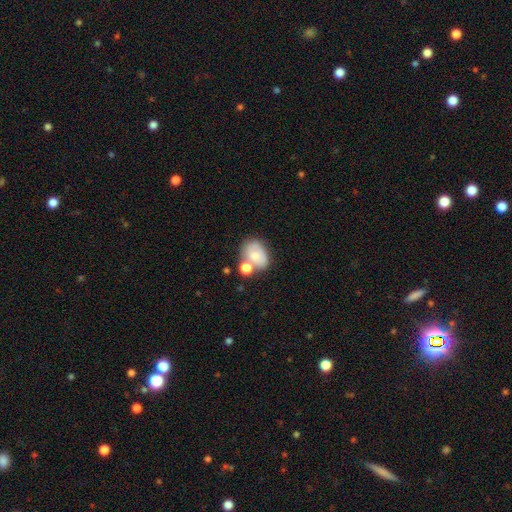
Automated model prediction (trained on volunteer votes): smooth-or-featured: smooth: 70% | featured or disk: 21% | star or artifact: 9%
  how-rounded: in between: 67% | round: 32% | cigar-shaped: 1%
  merging: none: 43% | merger: 34% | minor disturbance: 17% | major disturbance: 7%